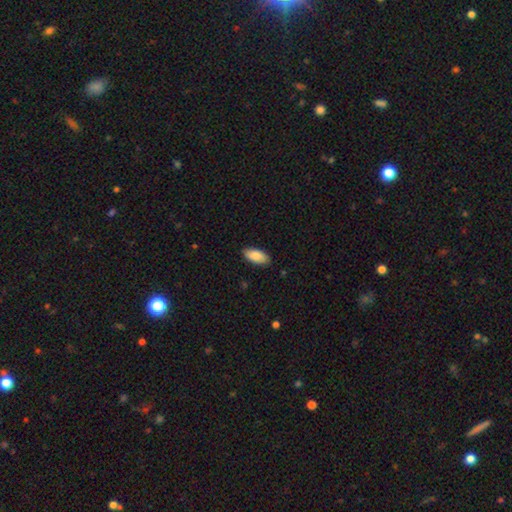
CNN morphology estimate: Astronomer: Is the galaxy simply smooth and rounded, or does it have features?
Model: smooth — 87%.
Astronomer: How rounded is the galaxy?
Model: in between — 91%.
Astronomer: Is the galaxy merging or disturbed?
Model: none — 87%.